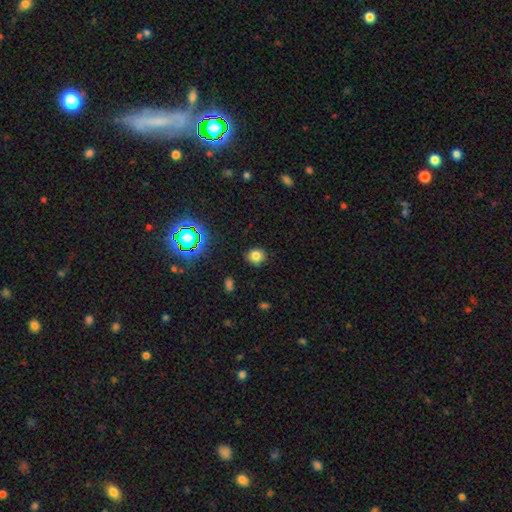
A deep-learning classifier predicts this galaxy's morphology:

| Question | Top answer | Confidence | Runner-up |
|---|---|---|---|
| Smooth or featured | smooth | 78% | star or artifact (16%) |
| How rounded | round | 83% | in between (16%) |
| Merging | none | 87% | minor disturbance (9%) |